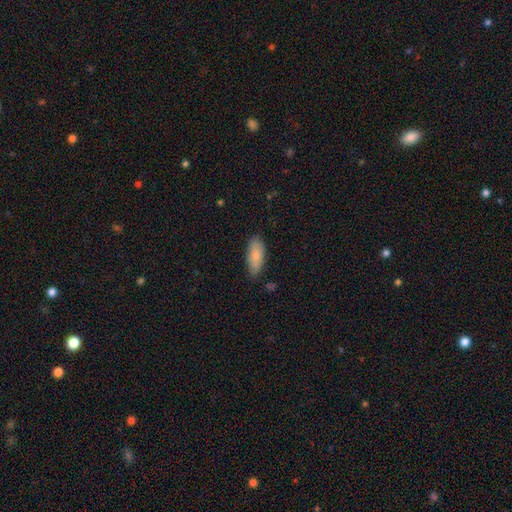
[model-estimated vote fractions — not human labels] This is clearly a smooth galaxy (84%). How rounded: likely in between (79%). Merging: clearly none (82%).